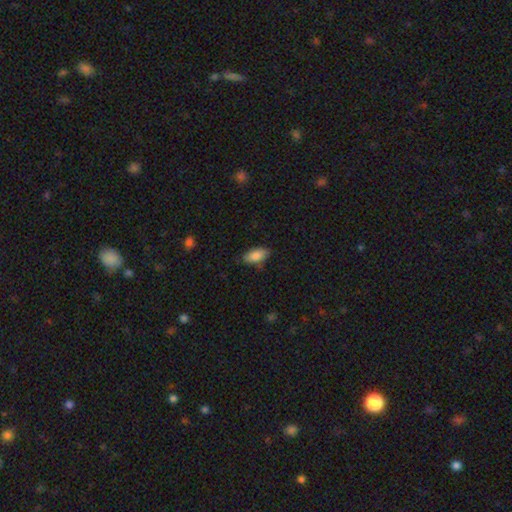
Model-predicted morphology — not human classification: type=smooth (87%); roundness=in between (91%); merging=none (80%).